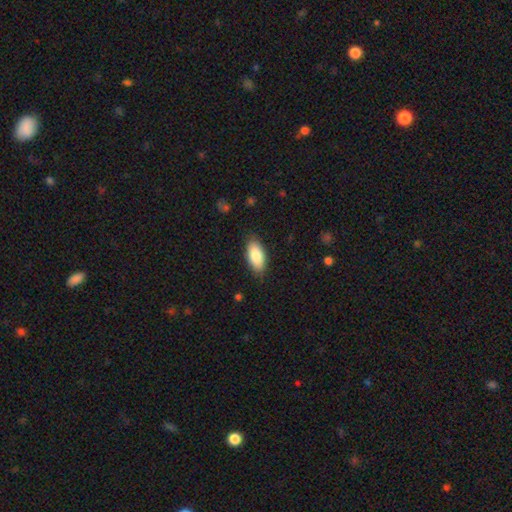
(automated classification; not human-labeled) This appears to be a smooth galaxy with no disk features (85%) that is in between round and cigar-shaped (89%). Merging: none (85%).